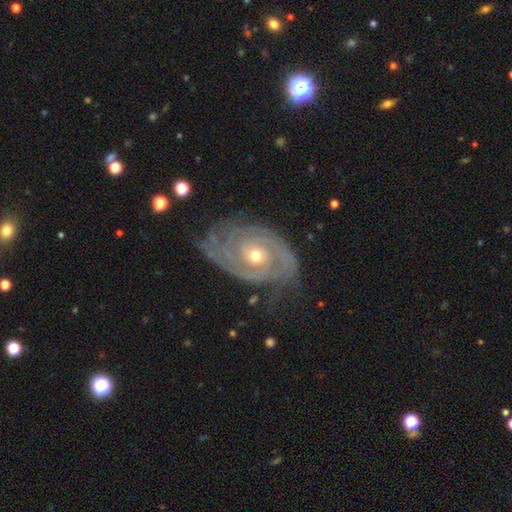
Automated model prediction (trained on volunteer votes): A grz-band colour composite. It shows a featured or disk galaxy (90%) with no bar (77%), 2 (53%) tight (70%) spiral arms (97%) and a moderate central bulge (53%). Merging: none (67%).